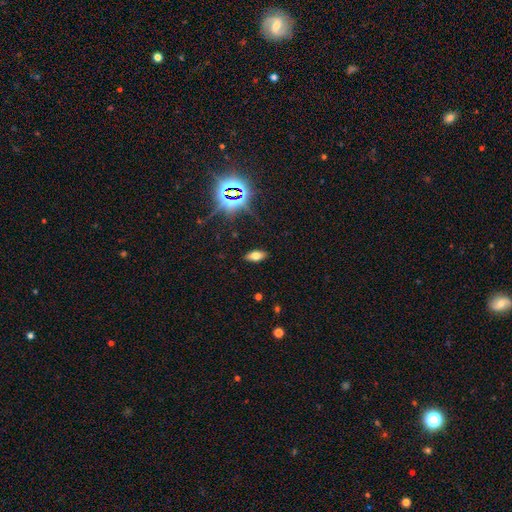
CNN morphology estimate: This appears to be a smooth galaxy with no disk features (64%) that is in between round and cigar-shaped (88%). Merging: none (88%).